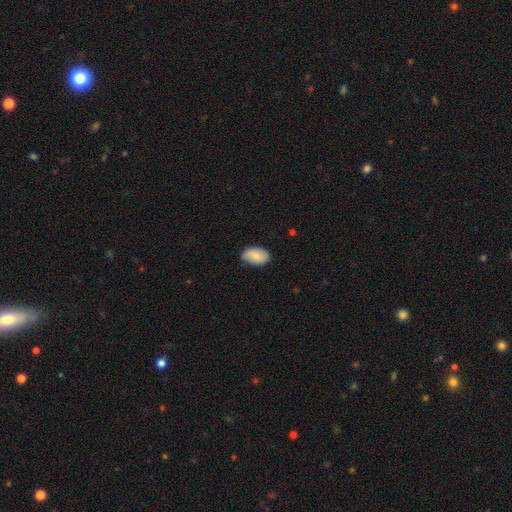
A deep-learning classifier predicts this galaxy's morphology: Overall: smooth (77%). How rounded: in between (92%). Merging: none (77%).